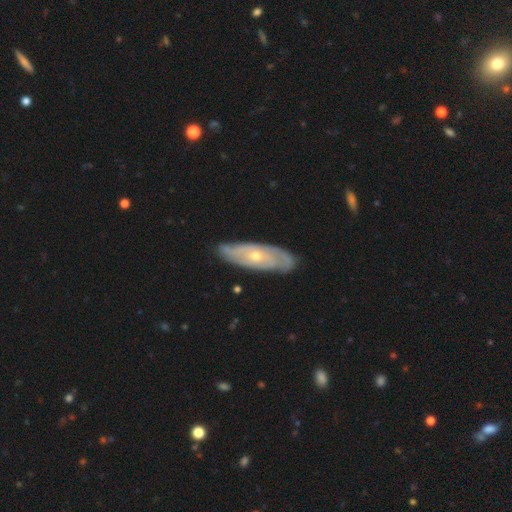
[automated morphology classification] Smooth or featured: featured or disk — 74% (smooth — 21%)
Edge-on disk: no — 80% (yes — 20%)
Bar: no — 81% (weak — 15%)
Spiral arms: yes — 79% (no — 21%)
Bulge size: small — 61% (moderate — 37%)
Merging: none — 81% (minor disturbance — 15%)